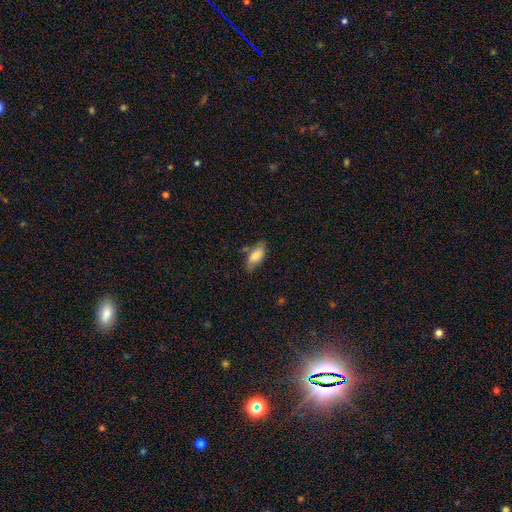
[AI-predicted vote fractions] smooth_or_featured: smooth (p=0.73) [alt: featured or disk p=0.19]
how_rounded: in between (p=0.87) [alt: cigar-shaped p=0.10]
merging: none (p=0.61) [alt: minor disturbance p=0.27]